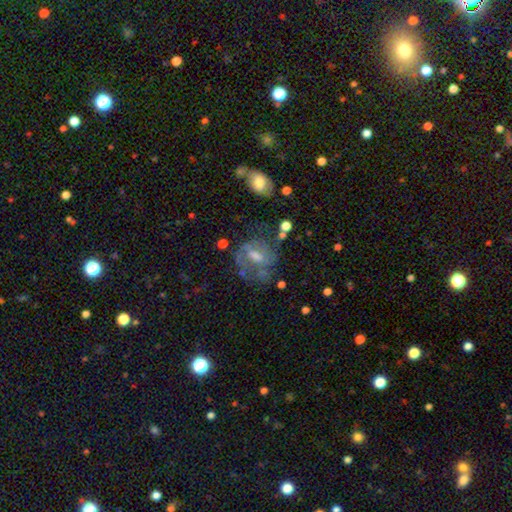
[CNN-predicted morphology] The model was most divided on "bar": weak: 47%, no: 38%, strong: 15%. More confident: edge-on disk — no (95%); spiral arms — yes (63%); smooth or featured — featured or disk (63%); merging — none (55%); bulge size — moderate (52%).